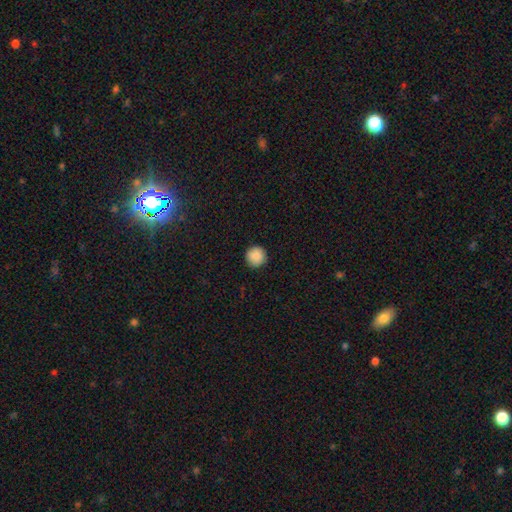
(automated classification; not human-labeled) A smooth galaxy with no disk features (88%) that is round (96%).

Vote fractions:
- Smooth or featured? smooth: 88% / star or artifact: 8% / featured or disk: 3%
- How rounded? round: 96% / in between: 3% / cigar-shaped: 1%
- Merging? none: 91% / minor disturbance: 6% / major disturbance: 2% / merger: 1%